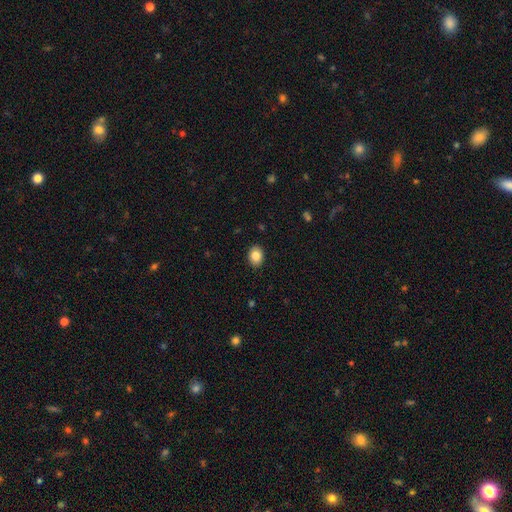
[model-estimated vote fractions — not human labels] Smooth or featured: smooth — 85% (star or artifact — 9%)
How rounded: in between — 64% (round — 35%)
Merging: none — 90% (minor disturbance — 7%)